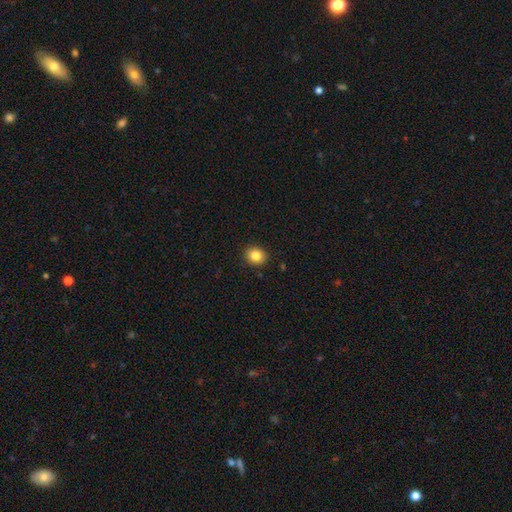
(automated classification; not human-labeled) Smooth or featured?
  - smooth: 85% *
  - star or artifact: 10%
  - featured or disk: 6%
How rounded?
  - round: 76% *
  - in between: 23%
  - cigar-shaped: 1%
Merging?
  - none: 91% *
  - minor disturbance: 7%
  - major disturbance: 2%
  - merger: 1%